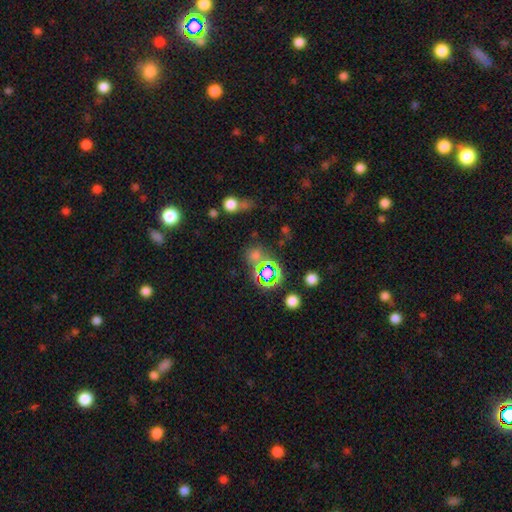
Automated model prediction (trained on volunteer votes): Smooth or featured? star or artifact (49%)